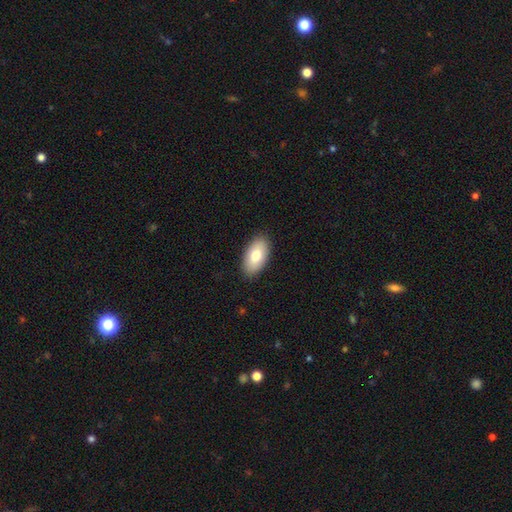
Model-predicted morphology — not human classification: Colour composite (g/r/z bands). It shows a smooth galaxy with no disk features (77%) that is in between round and cigar-shaped (95%). Merging: none (89%).